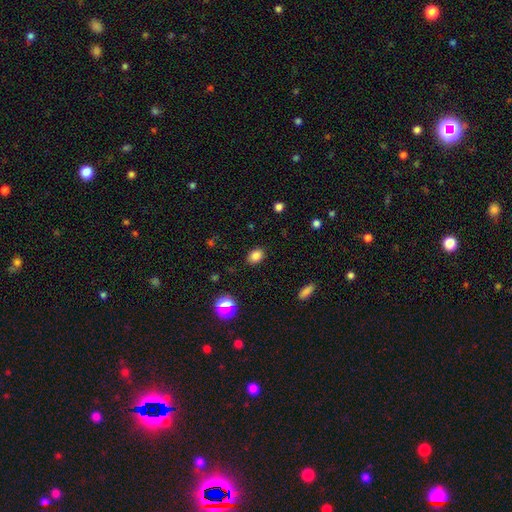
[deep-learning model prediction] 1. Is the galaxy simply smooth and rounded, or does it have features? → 82% smooth, 13% star or artifact, 5% featured or disk.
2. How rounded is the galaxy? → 68% in between, 30% round, 1% cigar-shaped.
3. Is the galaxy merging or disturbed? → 87% none, 9% minor disturbance, 3% major disturbance, 1% merger.